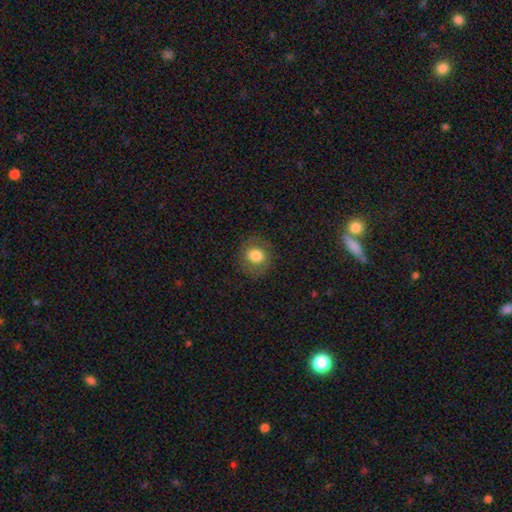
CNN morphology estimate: Smooth or featured? Predicted: smooth (p=0.75). How rounded? Predicted: round (p=0.80). Merging? Predicted: none (p=0.83).